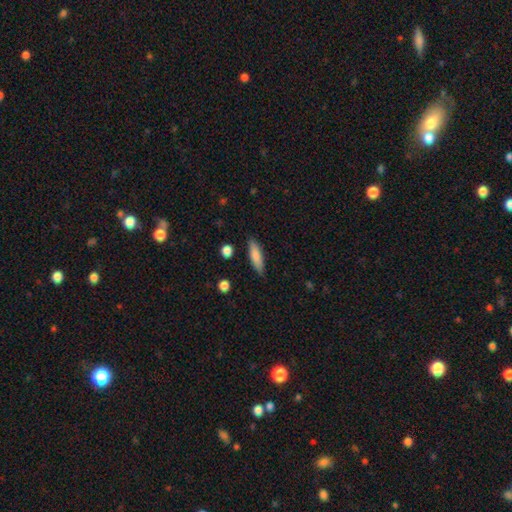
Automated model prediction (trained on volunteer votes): smooth-or-featured: smooth: 81% | featured or disk: 13% | star or artifact: 6%
  how-rounded: cigar-shaped: 55% | in between: 43% | round: 2%
  merging: none: 83% | minor disturbance: 13% | major disturbance: 3% | merger: 2%